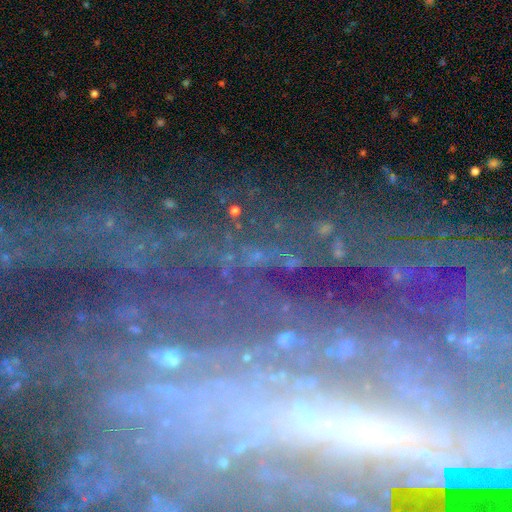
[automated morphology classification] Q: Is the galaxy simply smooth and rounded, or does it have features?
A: star or artifact — 50%.